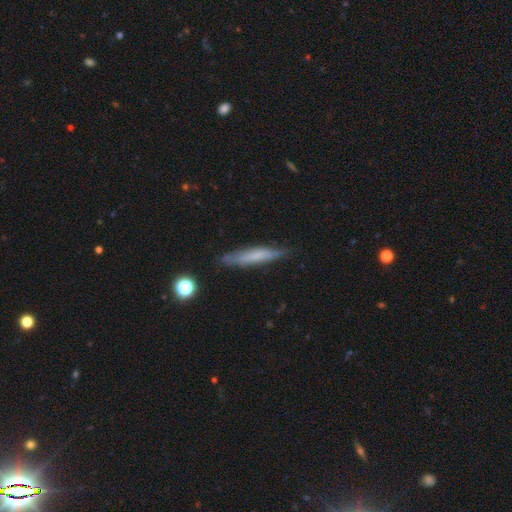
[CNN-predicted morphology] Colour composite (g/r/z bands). It shows a smooth galaxy with no disk features (61%) that is cigar-shaped (90%). Merging: none (79%).